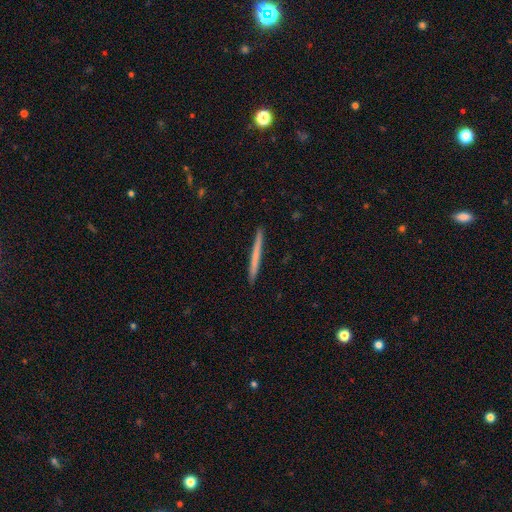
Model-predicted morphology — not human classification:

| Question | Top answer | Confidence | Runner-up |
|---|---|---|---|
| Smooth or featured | smooth | 61% | featured or disk (34%) |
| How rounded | cigar-shaped | 97% | in between (1%) |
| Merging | none | 93% | minor disturbance (5%) |